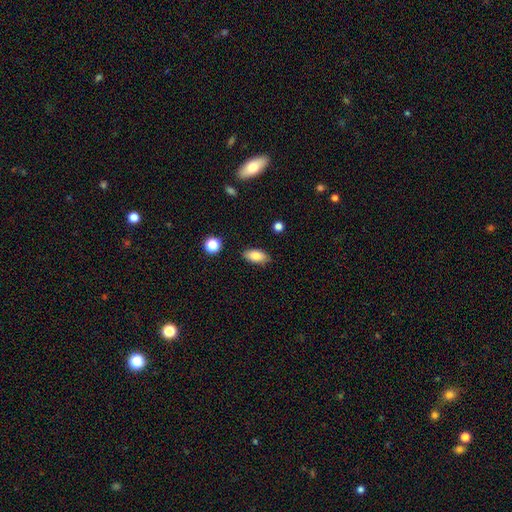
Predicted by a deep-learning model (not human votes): Smooth or featured? smooth (82%)
How rounded? in between (89%)
Merging? none (84%)